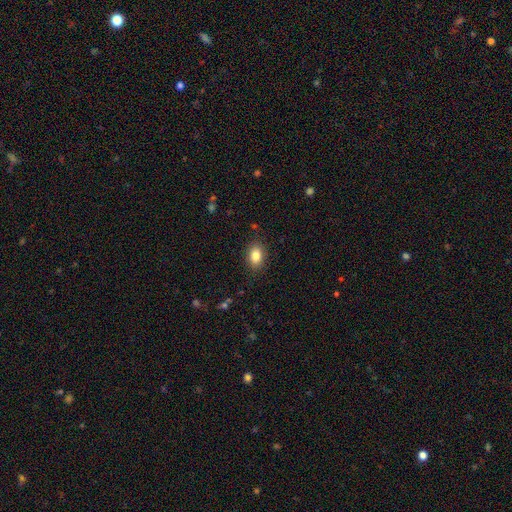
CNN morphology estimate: smooth-or-featured: smooth: 84% | star or artifact: 9% | featured or disk: 7%
  how-rounded: in between: 83% | round: 16% | cigar-shaped: 1%
  merging: none: 87% | minor disturbance: 10% | major disturbance: 2% | merger: 1%